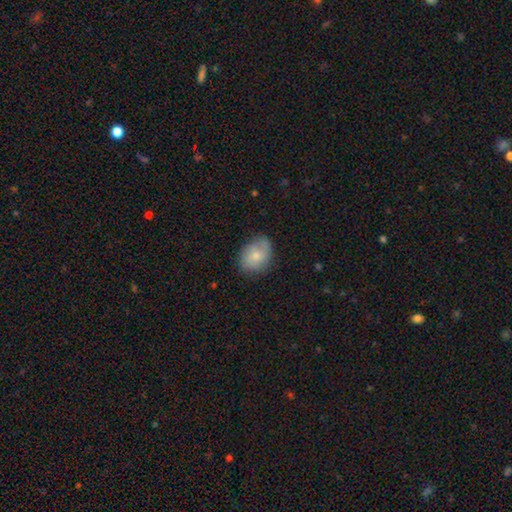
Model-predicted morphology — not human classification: The model was most divided on "how rounded": in between: 70%, round: 29%, cigar-shaped: 1%. More confident: smooth or featured — smooth (73%); merging — none (69%).